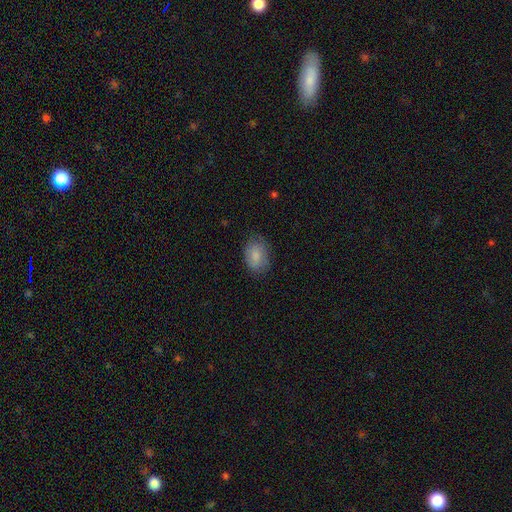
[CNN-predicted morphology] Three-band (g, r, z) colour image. It shows a smooth galaxy with no disk features (80%) that is in between round and cigar-shaped (81%). Merging: none (73%).